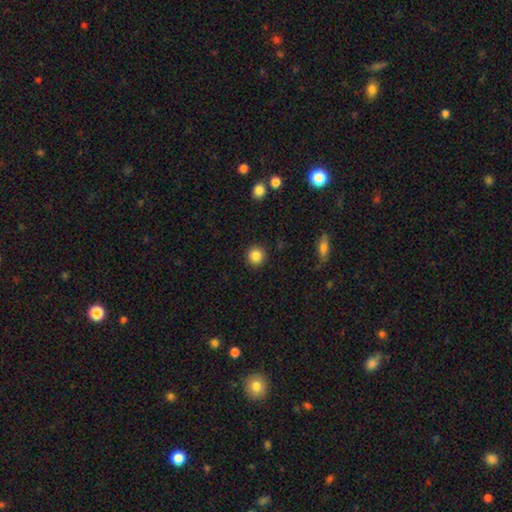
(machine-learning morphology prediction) This appears to be a smooth galaxy with no disk features (86%) that is round (92%). Merging: none (91%).